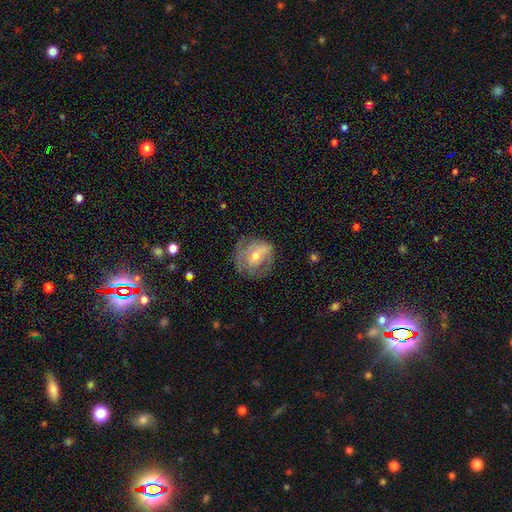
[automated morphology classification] The model was most divided on "bar": no: 45%, weak: 37%, strong: 18%. More confident: edge-on disk — no (95%); spiral arms — yes (62%); smooth or featured — featured or disk (62%); merging — none (60%); bulge size — moderate (58%).